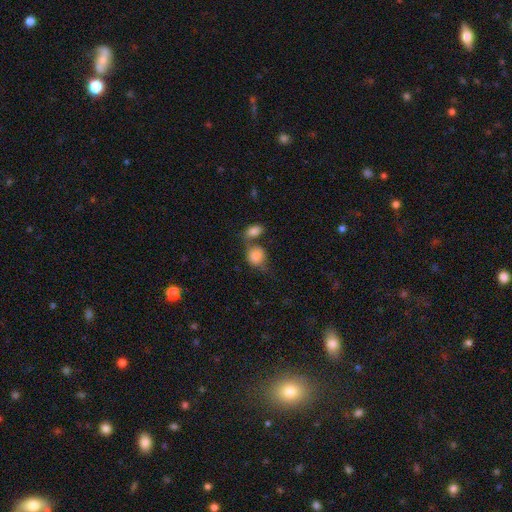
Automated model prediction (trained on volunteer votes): Q: Smooth or featured?
A: smooth (82%); runner-up: featured or disk (10%)
Q: How rounded?
A: round (50%); runner-up: in between (48%)
Q: Merging?
A: merger (43%); runner-up: none (33%)